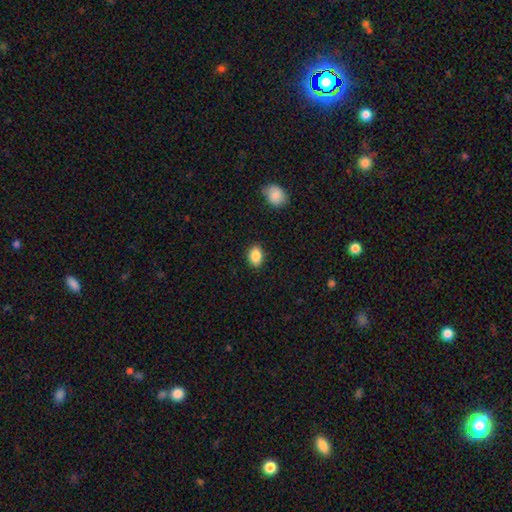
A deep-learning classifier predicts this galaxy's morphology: Smooth or featured? Predicted: smooth (p=0.88). How rounded? Predicted: in between (p=0.81). Merging? Predicted: none (p=0.88).